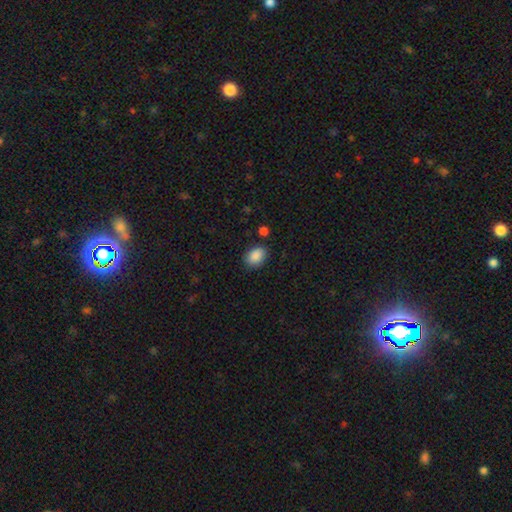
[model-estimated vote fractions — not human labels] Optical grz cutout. It shows a smooth galaxy with no disk features (89%) that is in between round and cigar-shaped (76%). Merging: none (81%).